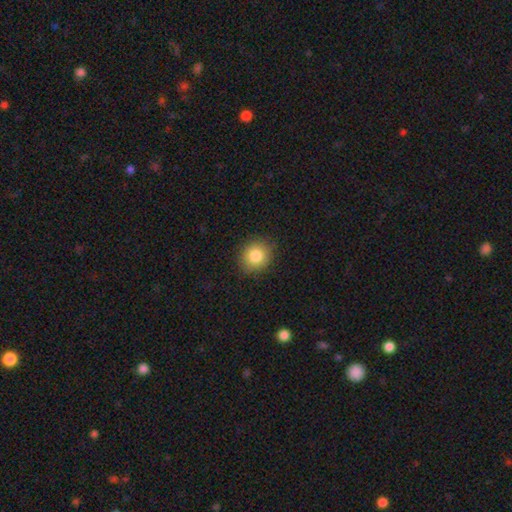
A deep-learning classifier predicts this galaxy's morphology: A smooth galaxy with no disk features (84%) that is round (80%).

Vote fractions:
- Smooth or featured? smooth: 84% / star or artifact: 10% / featured or disk: 7%
- How rounded? round: 80% / in between: 19% / cigar-shaped: 1%
- Merging? none: 87% / minor disturbance: 9% / major disturbance: 2% / merger: 1%